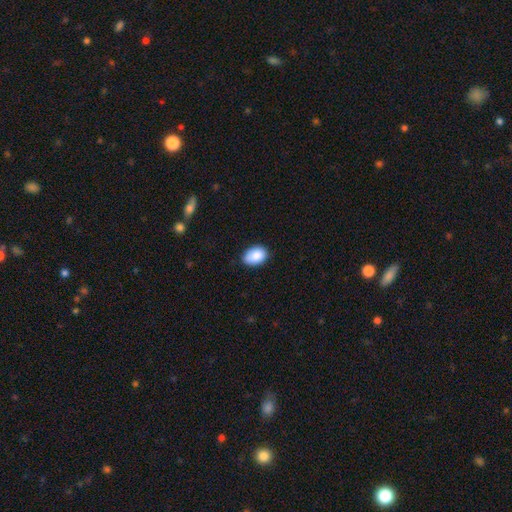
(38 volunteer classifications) smooth-or-featured: smooth: 89% | featured or disk: 5% | star or artifact: 5%
  how-rounded: in between: 65% | round: 35% | cigar-shaped: 0%
  merging: none: 67% | minor disturbance: 31% | major disturbance: 3% | merger: 0%